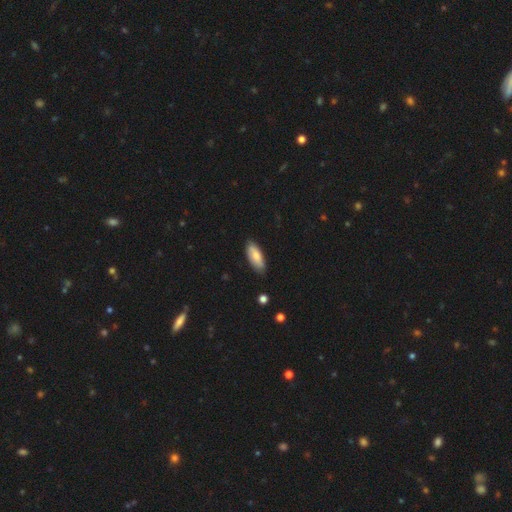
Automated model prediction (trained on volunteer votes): This is likely a smooth galaxy (75%). How rounded: likely in between (79%). Merging: clearly none (81%).